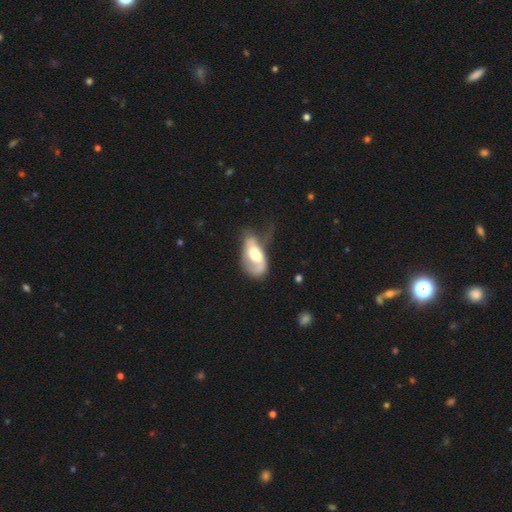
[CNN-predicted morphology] smooth_or_featured: featured or disk (p=0.58) [alt: smooth p=0.36]
disk_edge_on: no (p=0.93) [alt: yes p=0.07]
bar: no (p=0.60) [alt: weak p=0.29]
has_spiral_arms: yes (p=0.63) [alt: no p=0.37]
bulge_size: moderate (p=0.60) [alt: large p=0.20]
merging: major disturbance (p=0.39) [alt: minor disturbance p=0.27]